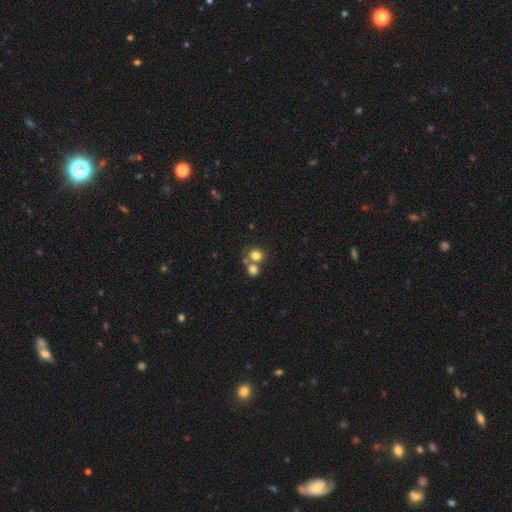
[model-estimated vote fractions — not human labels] smooth-or-featured: smooth: 77% | star or artifact: 14% | featured or disk: 9%
  how-rounded: round: 80% | in between: 19% | cigar-shaped: 1%
  merging: none: 53% | merger: 36% | minor disturbance: 7% | major disturbance: 3%